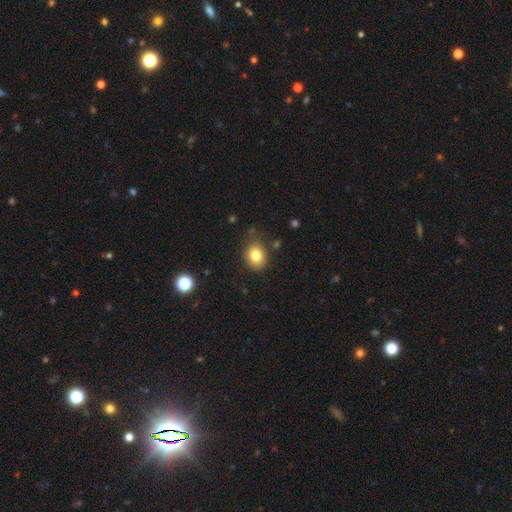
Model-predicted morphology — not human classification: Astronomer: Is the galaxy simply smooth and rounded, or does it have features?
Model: smooth — 81%.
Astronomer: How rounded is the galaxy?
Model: in between — 52% (runner-up: round, 47%).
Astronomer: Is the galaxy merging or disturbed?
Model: none — 76%.